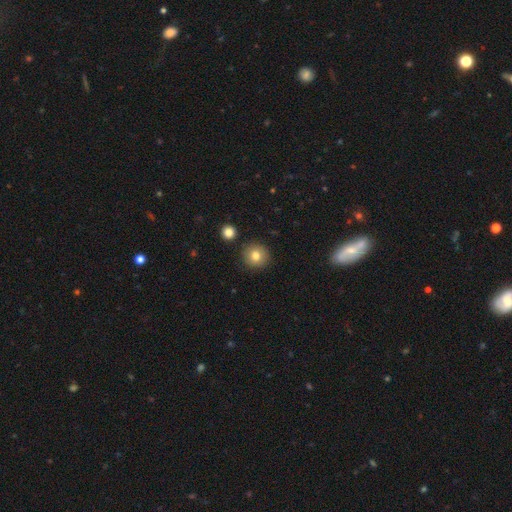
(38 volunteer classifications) smooth-or-featured: smooth: 71% | featured or disk: 24% | star or artifact: 5%
  how-rounded: round: 96% | in between: 4% | cigar-shaped: 0%
  merging: none: 97% | major disturbance: 3% | minor disturbance: 0% | merger: 0%